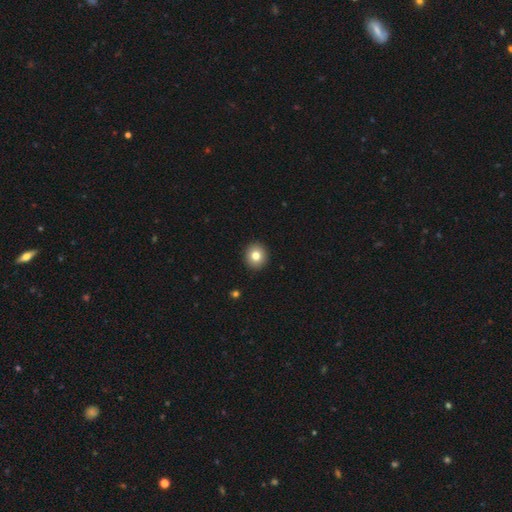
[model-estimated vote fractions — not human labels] Smooth or featured? smooth (80%)
How rounded? round (90%)
Merging? none (93%)